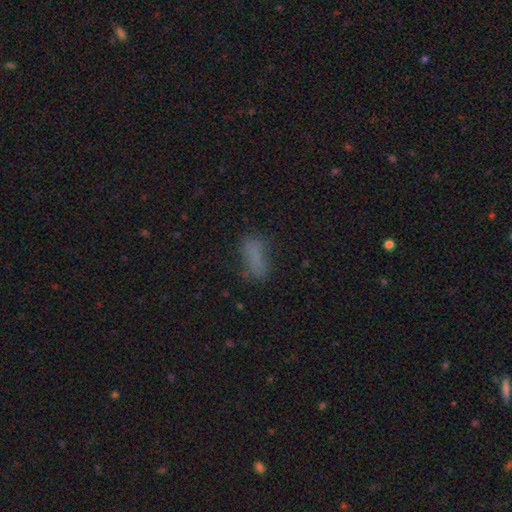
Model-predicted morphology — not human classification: The model was most divided on "how rounded": in between: 65%, cigar-shaped: 32%, round: 4%. More confident: smooth or featured — smooth (75%); merging — none (65%).